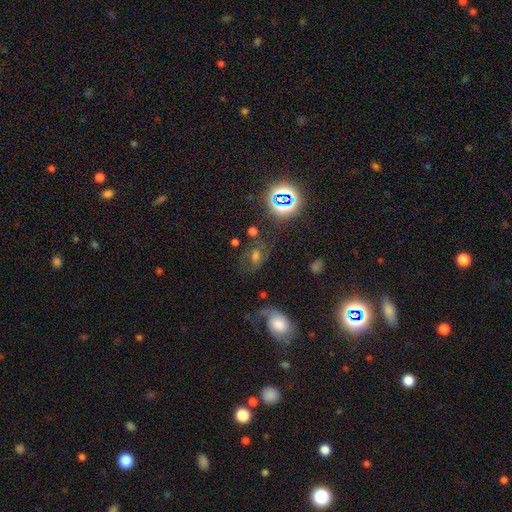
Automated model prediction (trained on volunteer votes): Smooth or featured: star or artifact — 35% (smooth — 33%)